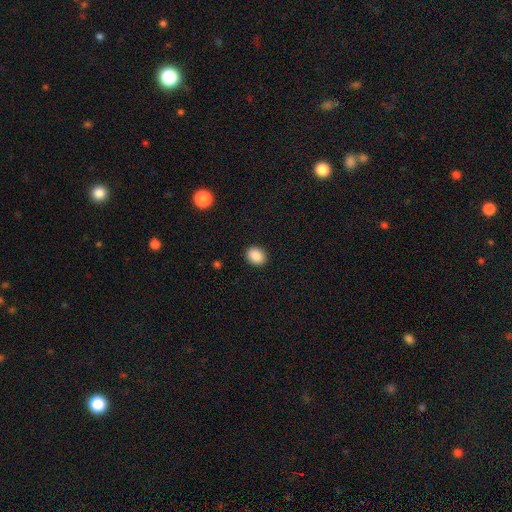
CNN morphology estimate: A smooth galaxy with no disk features (88%) that is in between round and cigar-shaped (51%).

Vote fractions:
- Smooth or featured? smooth: 88% / star or artifact: 8% / featured or disk: 3%
- How rounded? in between: 51% / round: 48% / cigar-shaped: 1%
- Merging? none: 90% / minor disturbance: 6% / major disturbance: 2% / merger: 1%